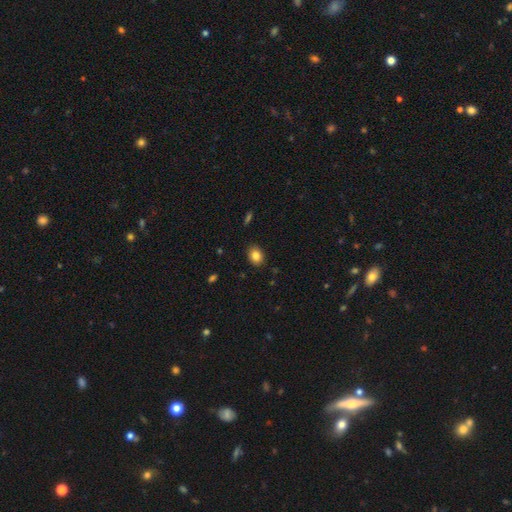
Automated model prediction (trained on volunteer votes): Overall: smooth (84%). How rounded: in between (54%; round 45%). Merging: none (88%).